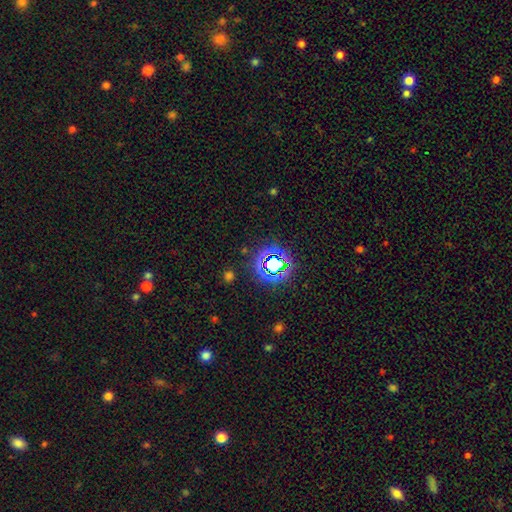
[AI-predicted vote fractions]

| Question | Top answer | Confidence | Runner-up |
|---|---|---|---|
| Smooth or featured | star or artifact | 76% | smooth (17%) |